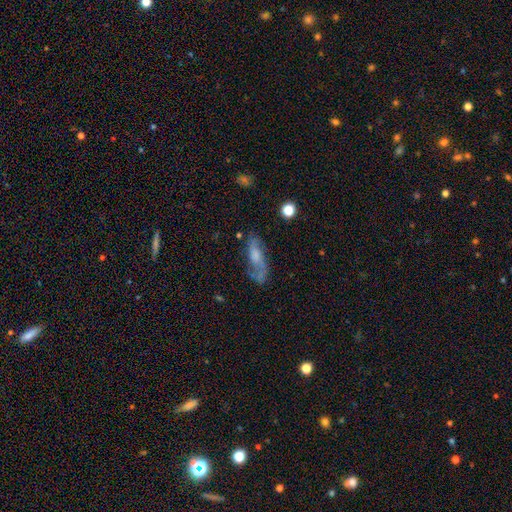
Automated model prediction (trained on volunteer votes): Smooth or featured?
  - featured or disk: 53% *
  - smooth: 38%
  - star or artifact: 9%
Edge-on disk?
  - no: 79% *
  - yes: 21%
Merging?
  - none: 55% *
  - minor disturbance: 24%
  - major disturbance: 16%
  - merger: 5%